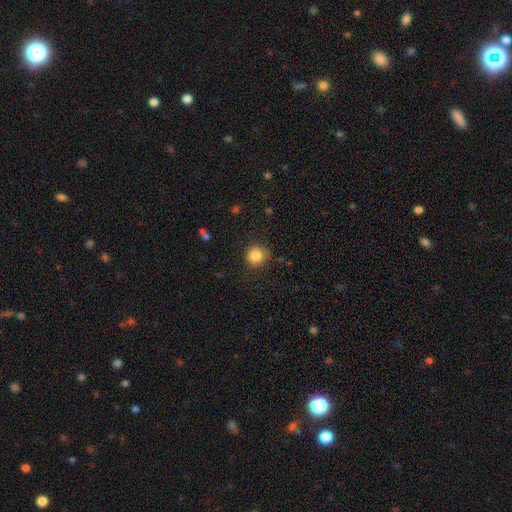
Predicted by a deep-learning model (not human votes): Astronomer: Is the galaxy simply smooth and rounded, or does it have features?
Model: smooth — 84%.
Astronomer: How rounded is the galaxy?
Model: round — 91%.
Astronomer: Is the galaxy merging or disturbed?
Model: none — 84%.